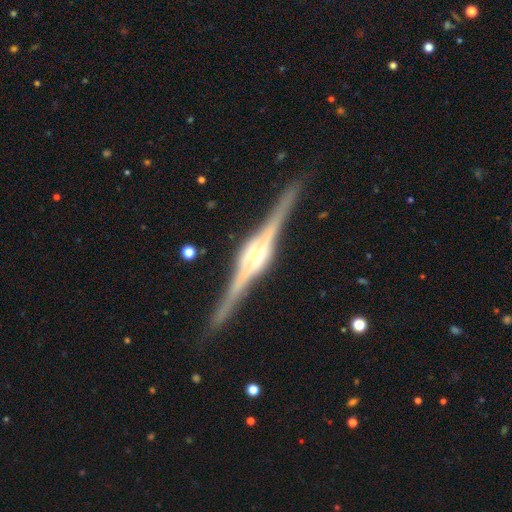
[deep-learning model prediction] Smooth or featured?
  - featured or disk: 91% *
  - star or artifact: 5%
  - smooth: 4%
Edge-on disk?
  - yes: 98% *
  - no: 2%
Edge-on bulge?
  - rounded: 57% *
  - boxy: 40%
  - none: 3%
Merging?
  - none: 89% *
  - minor disturbance: 8%
  - major disturbance: 2%
  - merger: 1%